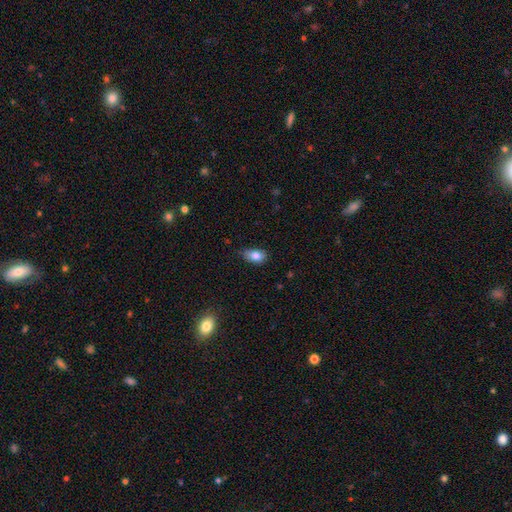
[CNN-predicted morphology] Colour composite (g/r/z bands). It shows a smooth galaxy with no disk features (84%) that is in between round and cigar-shaped (89%). Merging: none (67%).